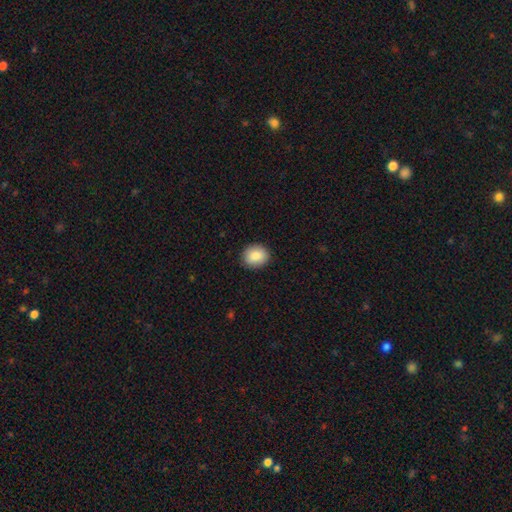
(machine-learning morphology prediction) smooth-or-featured: smooth: 88% | star or artifact: 8% | featured or disk: 5%
  how-rounded: round: 68% | in between: 32% | cigar-shaped: 1%
  merging: none: 89% | minor disturbance: 8% | major disturbance: 2% | merger: 1%